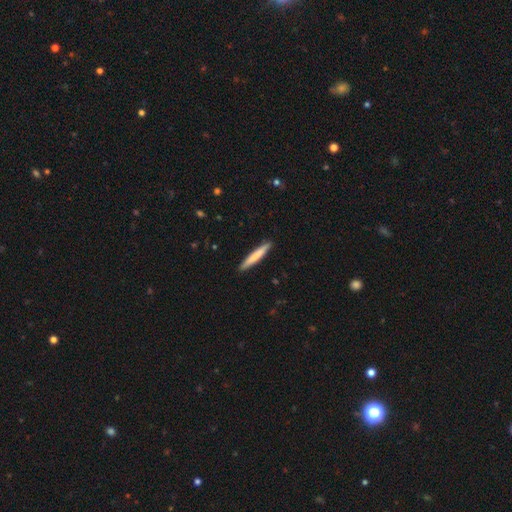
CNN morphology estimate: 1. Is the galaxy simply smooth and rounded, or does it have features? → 74% smooth, 21% featured or disk, 5% star or artifact.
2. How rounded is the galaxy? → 95% cigar-shaped, 4% in between, 1% round.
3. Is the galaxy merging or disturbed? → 91% none, 7% minor disturbance, 1% major disturbance, 1% merger.